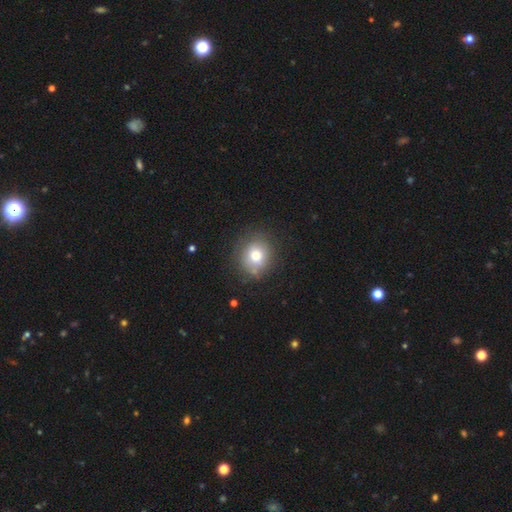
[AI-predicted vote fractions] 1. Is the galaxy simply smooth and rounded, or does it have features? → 74% smooth, 15% featured or disk, 11% star or artifact.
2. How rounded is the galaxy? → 83% round, 16% in between, 1% cigar-shaped.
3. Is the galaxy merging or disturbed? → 78% none, 15% minor disturbance, 5% major disturbance, 2% merger.